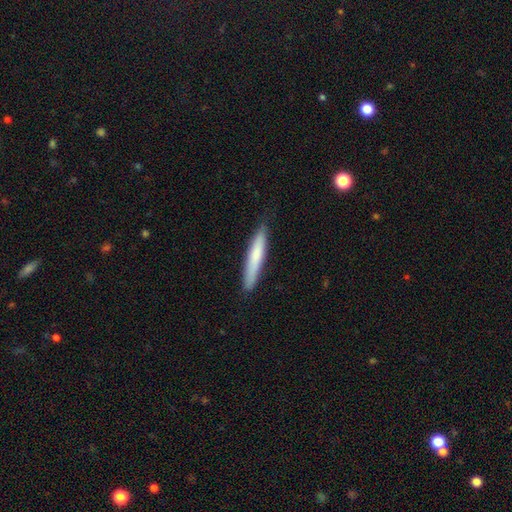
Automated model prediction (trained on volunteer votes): smooth_or_featured: smooth (p=0.72) [alt: featured or disk p=0.23]
how_rounded: cigar-shaped (p=0.92) [alt: in between p=0.06]
merging: none (p=0.85) [alt: minor disturbance p=0.12]